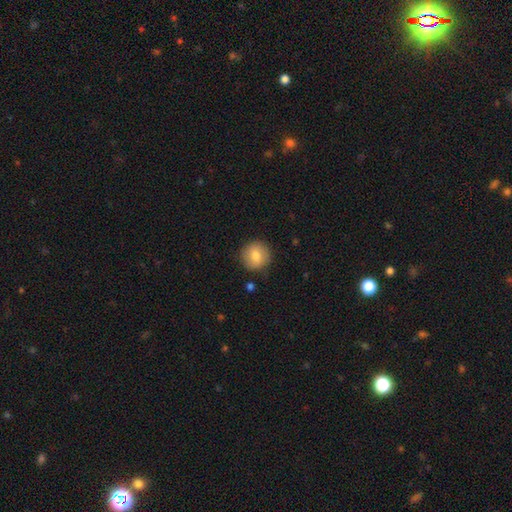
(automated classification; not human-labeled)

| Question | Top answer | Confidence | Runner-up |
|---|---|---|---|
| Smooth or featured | smooth | 77% | featured or disk (15%) |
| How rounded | round | 93% | in between (6%) |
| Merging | none | 87% | minor disturbance (9%) |